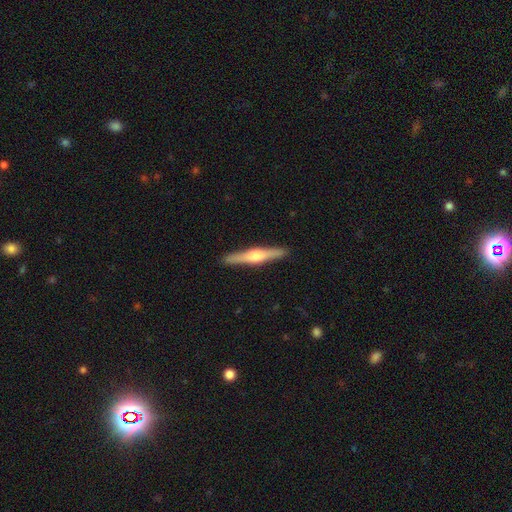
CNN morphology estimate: This appears to be a featured or disk galaxy (66%) viewed edge-on (98%) with a rounded central bulge (91%). Merging: none (91%).